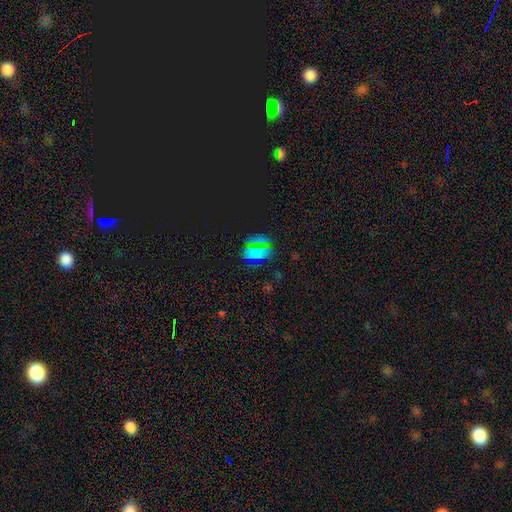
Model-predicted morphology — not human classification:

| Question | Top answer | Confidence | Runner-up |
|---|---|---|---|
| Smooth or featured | smooth | 48% | star or artifact (39%) |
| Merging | none | 68% | minor disturbance (18%) |